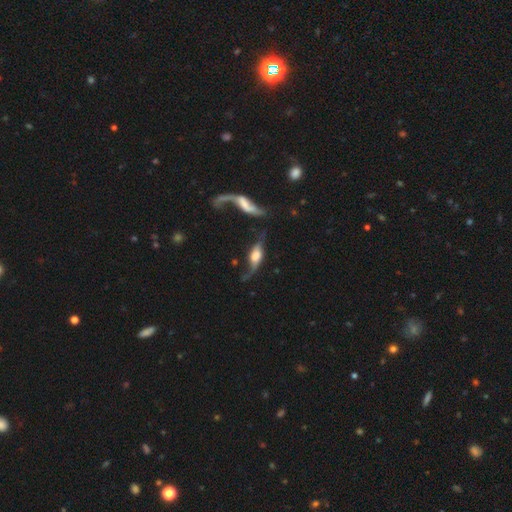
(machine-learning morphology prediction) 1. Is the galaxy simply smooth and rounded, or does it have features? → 69% featured or disk, 24% smooth, 7% star or artifact.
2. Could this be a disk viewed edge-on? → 55% no, 45% yes.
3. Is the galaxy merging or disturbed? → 40% none, 23% major disturbance, 22% minor disturbance, 14% merger.